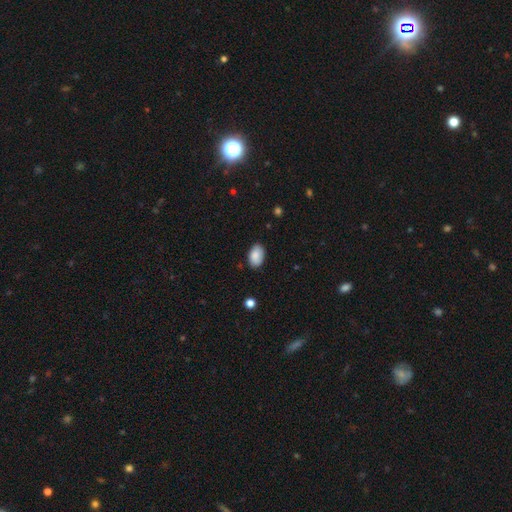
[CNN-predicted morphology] Smooth or featured?
  - smooth: 87% *
  - star or artifact: 7%
  - featured or disk: 6%
How rounded?
  - in between: 91% *
  - round: 7%
  - cigar-shaped: 1%
Merging?
  - none: 83% *
  - minor disturbance: 14%
  - major disturbance: 2%
  - merger: 1%